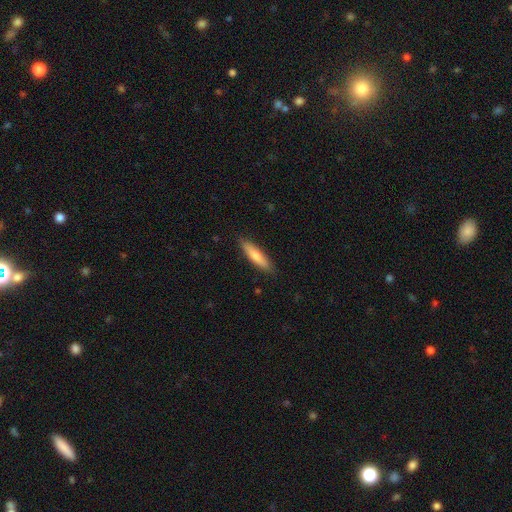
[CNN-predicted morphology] Smooth or featured?
  - smooth: 77% *
  - featured or disk: 18%
  - star or artifact: 5%
How rounded?
  - cigar-shaped: 78% *
  - in between: 21%
  - round: 1%
Merging?
  - none: 88% *
  - minor disturbance: 9%
  - major disturbance: 2%
  - merger: 1%